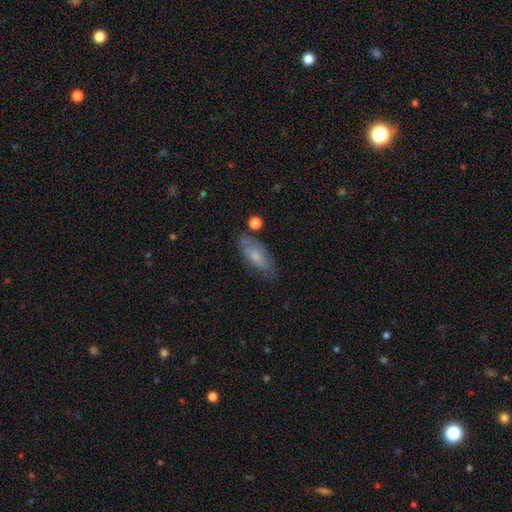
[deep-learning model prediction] Smooth or featured?
  - smooth: 66% *
  - featured or disk: 27%
  - star or artifact: 7%
How rounded?
  - in between: 74% *
  - cigar-shaped: 23%
  - round: 3%
Merging?
  - none: 67% *
  - minor disturbance: 23%
  - major disturbance: 6%
  - merger: 5%